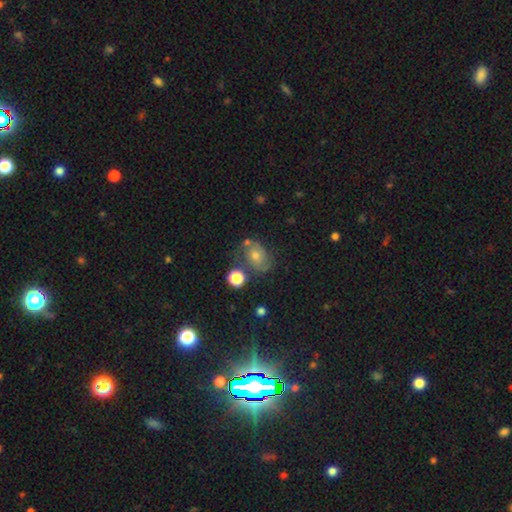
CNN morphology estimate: type=featured or disk (46%); merging=none (60%).